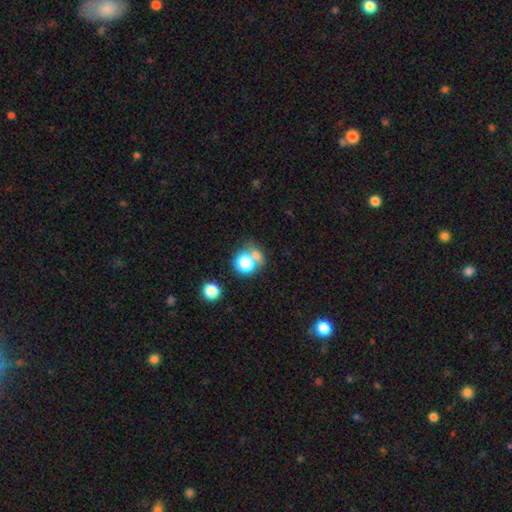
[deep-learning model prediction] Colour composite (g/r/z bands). It shows a smooth galaxy with no disk features (60%) that is round (76%). Merging: none (55%).